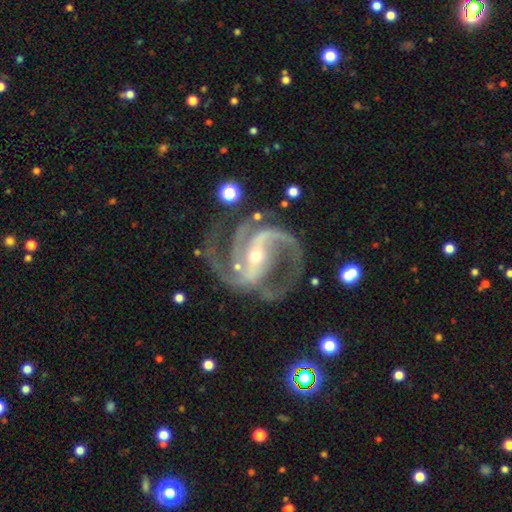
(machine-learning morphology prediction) The model was most divided on "bar": strong: 54%, weak: 29%, no: 17%. More confident: spiral arms — yes (98%); edge-on disk — no (98%); smooth or featured — featured or disk (93%); merging — none (69%); bulge size — small (66%); spiral winding — medium (62%); spiral arm count — 2 (59%).